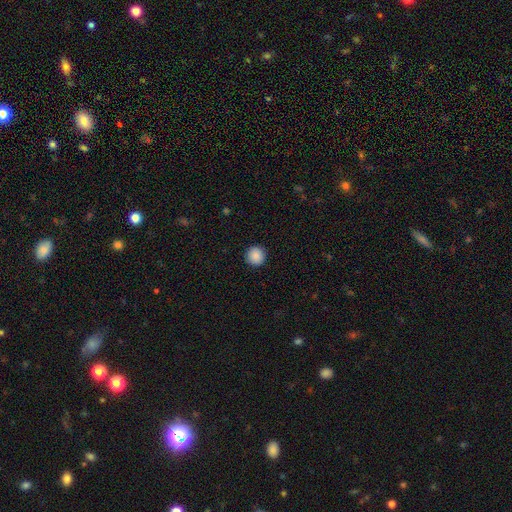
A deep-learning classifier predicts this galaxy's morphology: Smooth or featured? smooth (89%)
How rounded? round (95%)
Merging? none (93%)